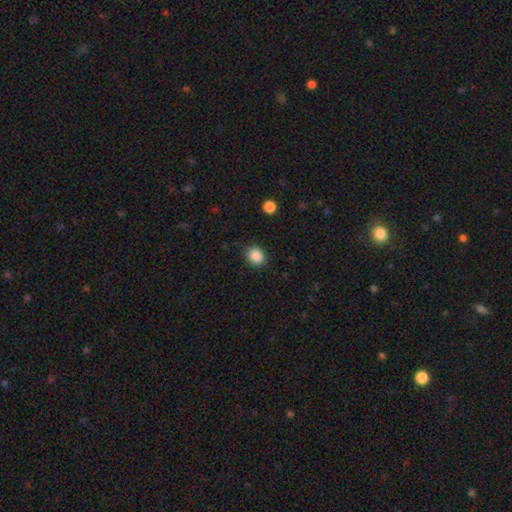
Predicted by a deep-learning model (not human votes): A smooth galaxy with no disk features (87%) that is round (64%). Merging: none (88%).